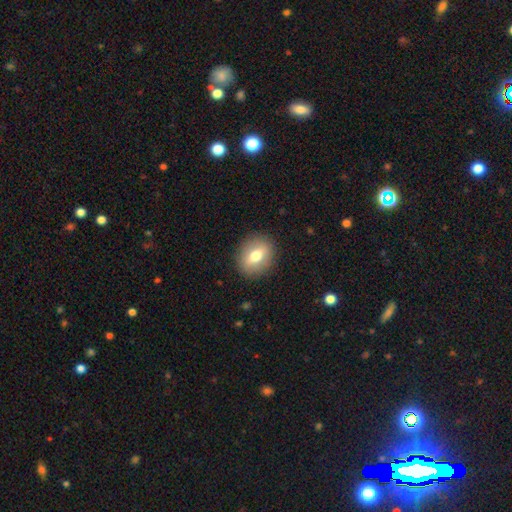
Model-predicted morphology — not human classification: A smooth galaxy with no disk features (68%) that is in between round and cigar-shaped (50%).

Vote fractions:
- Smooth or featured? smooth: 68% / featured or disk: 24% / star or artifact: 8%
- How rounded? in between: 50% / round: 49% / cigar-shaped: 2%
- Merging? none: 88% / minor disturbance: 8% / major disturbance: 3% / merger: 1%